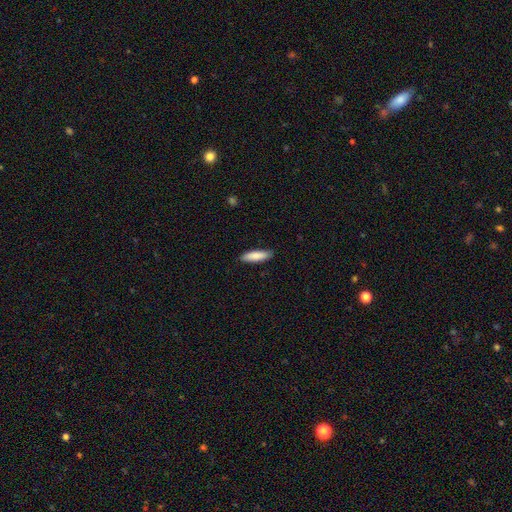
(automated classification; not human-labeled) A smooth galaxy with no disk features (85%) that is cigar-shaped (61%). Merging: none (87%).